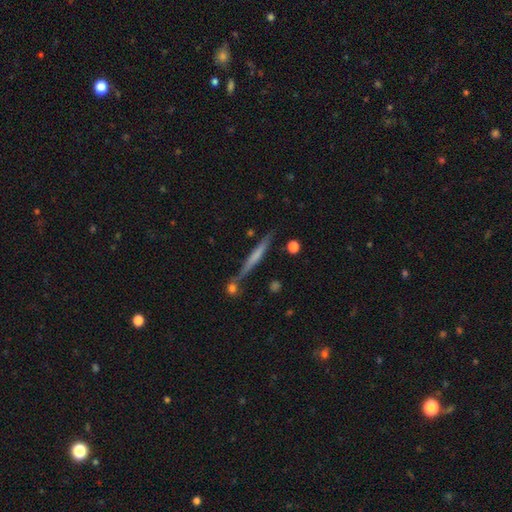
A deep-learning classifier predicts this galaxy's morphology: type=featured or disk (50%); edge-on=yes (96%); merging=none (77%).